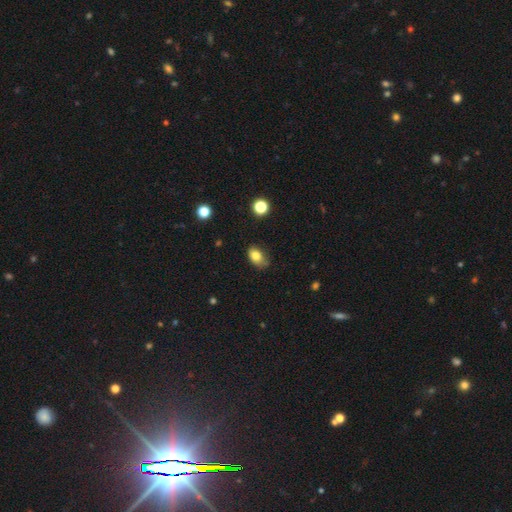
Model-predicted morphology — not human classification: smooth-or-featured: smooth: 81% | featured or disk: 9% | star or artifact: 9%
  how-rounded: in between: 86% | round: 13% | cigar-shaped: 2%
  merging: none: 62% | minor disturbance: 30% | major disturbance: 7% | merger: 2%